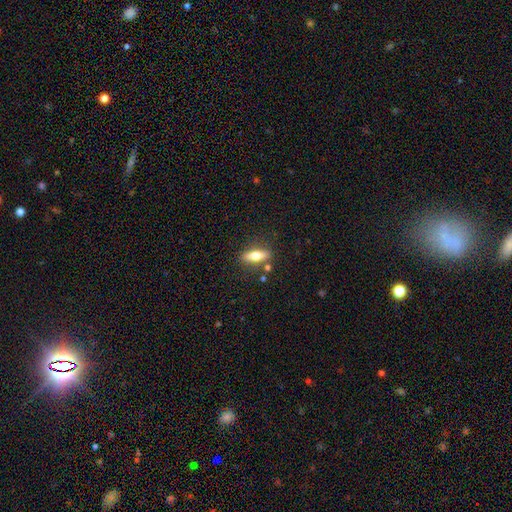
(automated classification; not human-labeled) Q: Smooth or featured?
A: smooth (63%); runner-up: featured or disk (30%)
Q: How rounded?
A: in between (52%); runner-up: cigar-shaped (45%)
Q: Merging?
A: none (81%); runner-up: minor disturbance (11%)